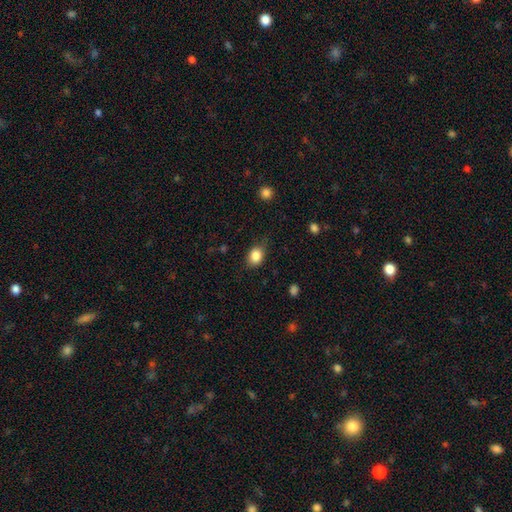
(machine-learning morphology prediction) smooth-or-featured: smooth: 84% | star or artifact: 9% | featured or disk: 6%
  how-rounded: in between: 54% | round: 45% | cigar-shaped: 1%
  merging: none: 72% | minor disturbance: 22% | major disturbance: 5% | merger: 1%